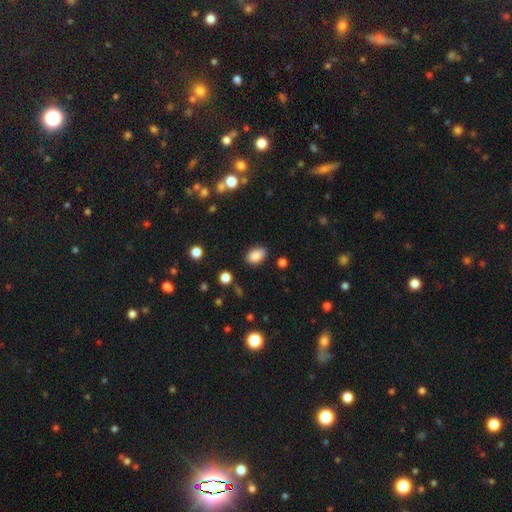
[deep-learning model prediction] Smooth or featured: smooth — 86% (star or artifact — 9%)
How rounded: in between — 85% (round — 14%)
Merging: none — 84% (minor disturbance — 12%)